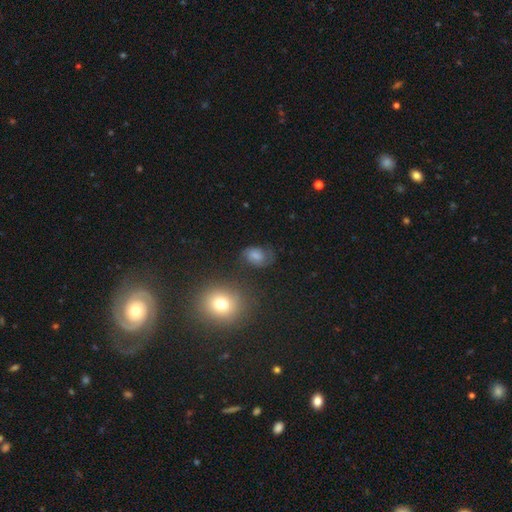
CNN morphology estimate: smooth_or_featured: smooth (p=0.58) [alt: featured or disk p=0.27]
how_rounded: in between (p=0.69) [alt: round p=0.30]
merging: none (p=0.60) [alt: minor disturbance p=0.23]